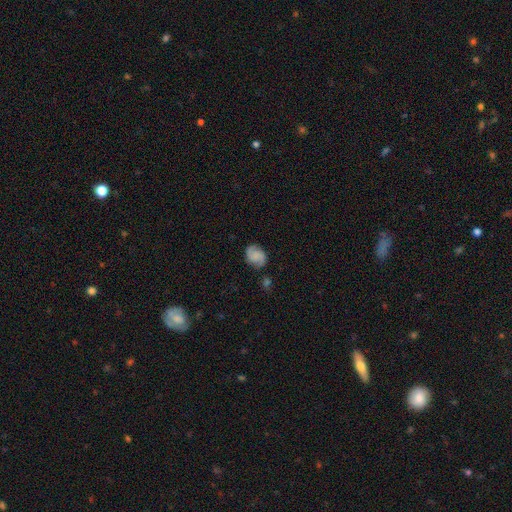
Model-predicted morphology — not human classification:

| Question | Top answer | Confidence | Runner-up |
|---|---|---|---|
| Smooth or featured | featured or disk | 55% | smooth (36%) |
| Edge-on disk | no | 98% | yes (2%) |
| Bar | no | 61% | weak (32%) |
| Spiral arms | yes | 92% | no (8%) |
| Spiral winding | medium | 46% | loose (29%) |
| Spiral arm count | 2 | 84% | can't tell (7%) |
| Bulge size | none | 55% | small (24%) |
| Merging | none | 73% | minor disturbance (17%) |